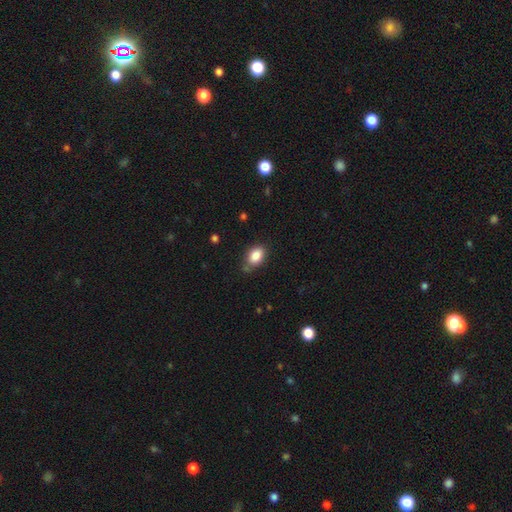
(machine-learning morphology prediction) Overall: smooth (87%). How rounded: in between (83%). Merging: none (73%).